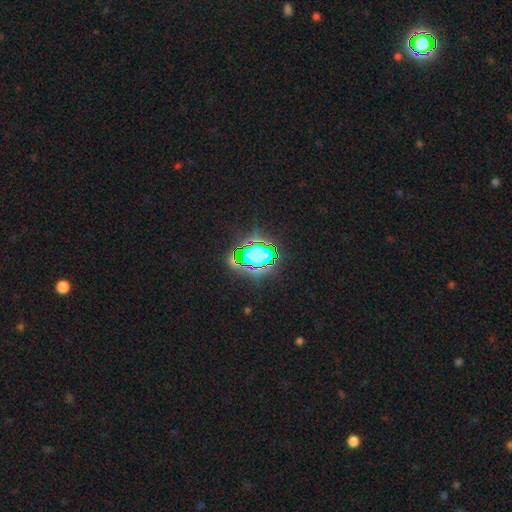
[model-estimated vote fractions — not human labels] Q: Smooth or featured?
A: star or artifact (62%); runner-up: smooth (24%)